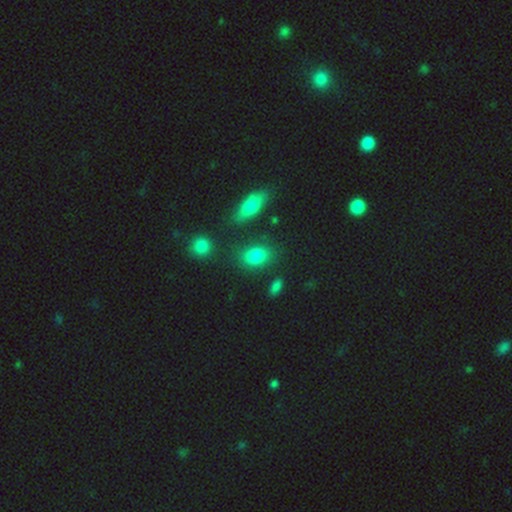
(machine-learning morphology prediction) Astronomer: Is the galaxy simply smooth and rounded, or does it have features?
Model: smooth — 82%.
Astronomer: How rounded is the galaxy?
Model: in between — 76%.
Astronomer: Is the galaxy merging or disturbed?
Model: none — 76%.